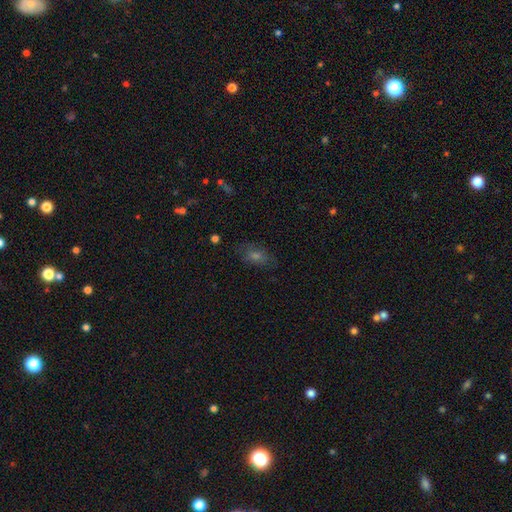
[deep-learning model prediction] Smooth or featured? Predicted: smooth (p=0.49). Merging? Predicted: none (p=0.75).